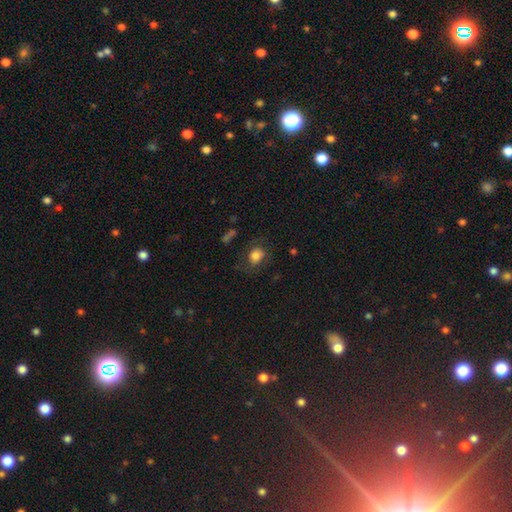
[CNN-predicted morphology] smooth-or-featured: smooth: 75% | featured or disk: 15% | star or artifact: 10%
  how-rounded: in between: 51% | round: 48% | cigar-shaped: 1%
  merging: none: 64% | minor disturbance: 19% | major disturbance: 14% | merger: 2%